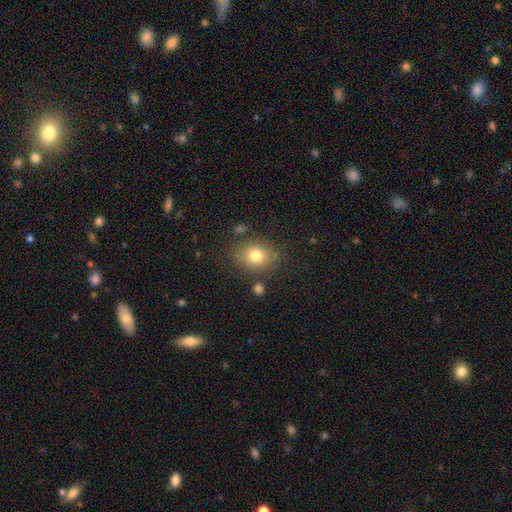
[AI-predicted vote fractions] Smooth or featured: smooth — 78% (star or artifact — 11%)
How rounded: round — 52% (in between — 47%)
Merging: none — 78% (minor disturbance — 13%)